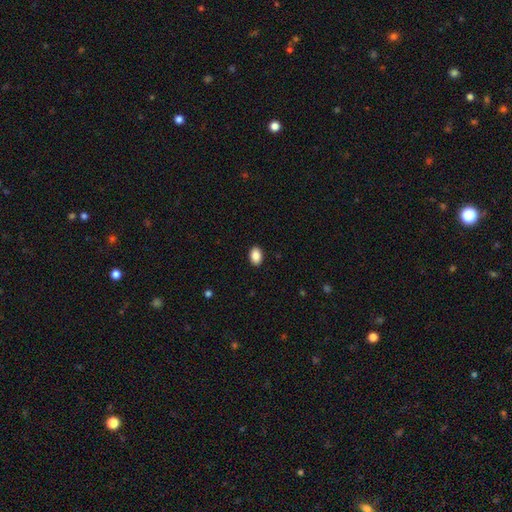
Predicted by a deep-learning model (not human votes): The model was most divided on "how rounded": in between: 85%, round: 14%, cigar-shaped: 1%. More confident: merging — none (91%); smooth or featured — smooth (89%).